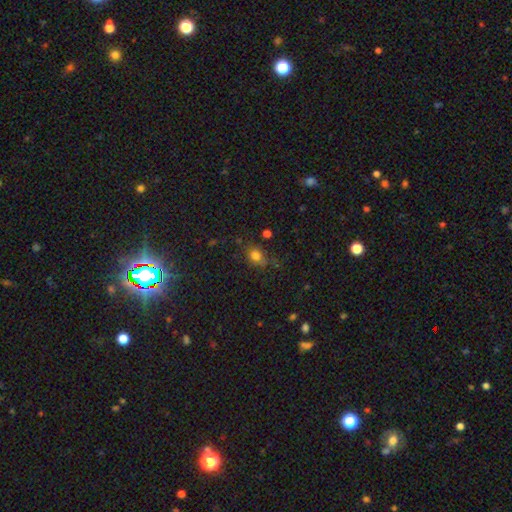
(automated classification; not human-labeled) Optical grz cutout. It shows a smooth galaxy with no disk features (75%) that is round (50%). Merging: none (66%).